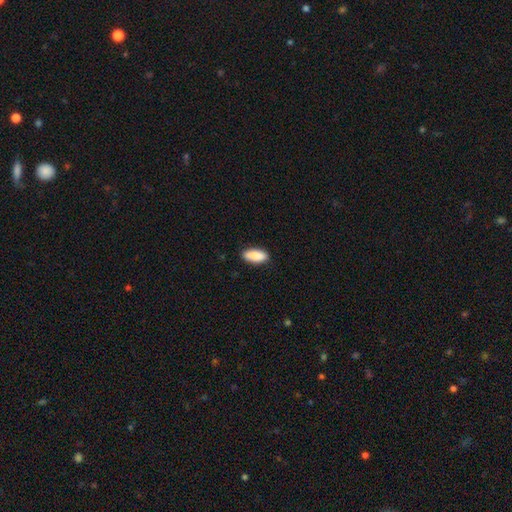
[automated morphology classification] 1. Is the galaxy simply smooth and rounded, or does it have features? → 89% smooth, 6% star or artifact, 5% featured or disk.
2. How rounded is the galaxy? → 85% in between, 13% cigar-shaped, 2% round.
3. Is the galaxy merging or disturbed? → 86% none, 11% minor disturbance, 2% major disturbance, 1% merger.